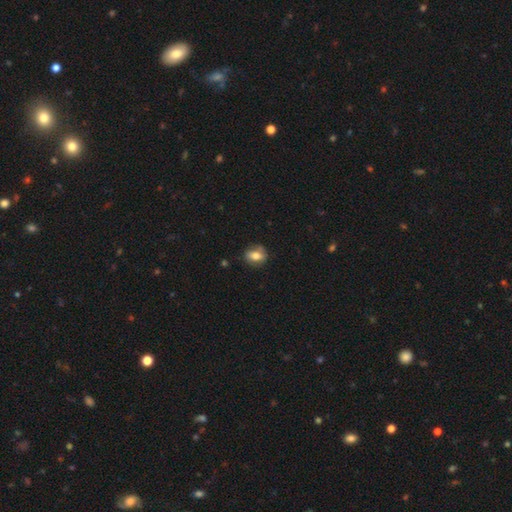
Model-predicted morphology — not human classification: This appears to be a smooth galaxy with no disk features (71%) that is in between round and cigar-shaped (65%). Merging: none (76%).